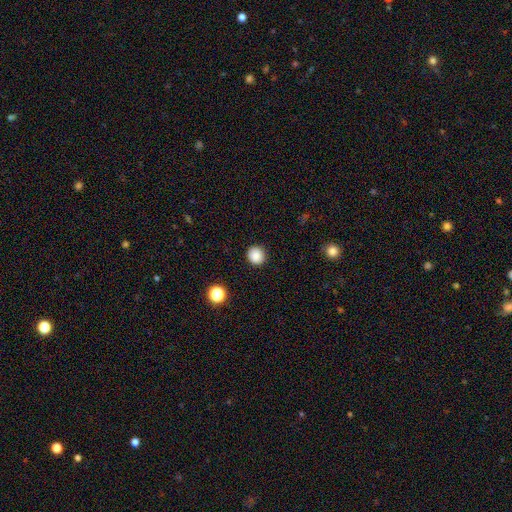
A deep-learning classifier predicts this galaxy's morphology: Overall: smooth (86%). How rounded: round (90%). Merging: none (90%).